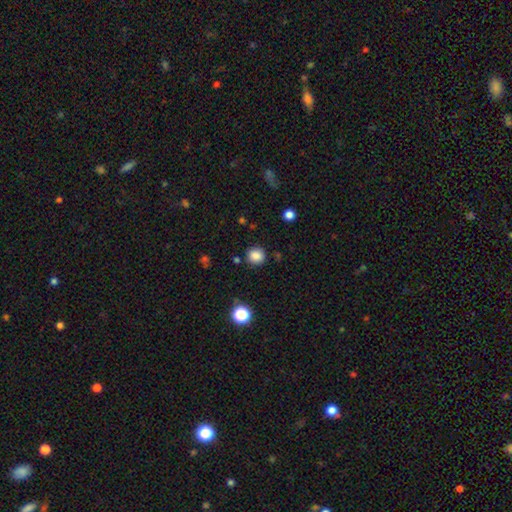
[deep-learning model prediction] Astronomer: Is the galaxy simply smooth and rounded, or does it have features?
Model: smooth — 85%.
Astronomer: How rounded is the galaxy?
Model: round — 87%.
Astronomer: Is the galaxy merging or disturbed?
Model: none — 86%.